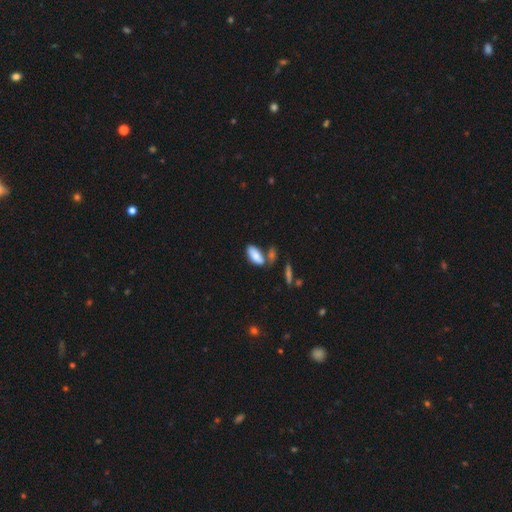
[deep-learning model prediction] Smooth or featured? Predicted: smooth (p=0.83). How rounded? Predicted: in between (p=0.87). Merging? Predicted: none (p=0.50).